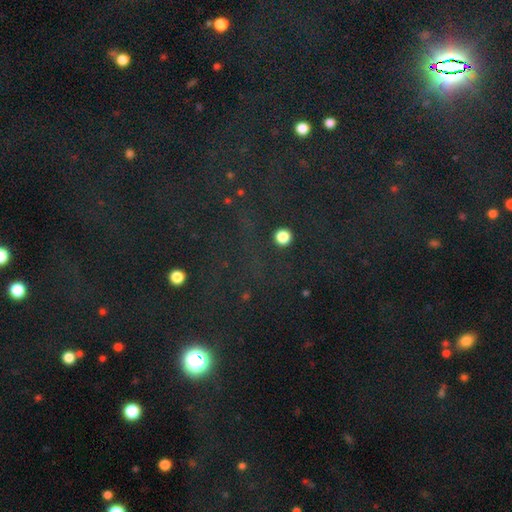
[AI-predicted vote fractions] This appears to be a star or artifact, not a galaxy (77%).